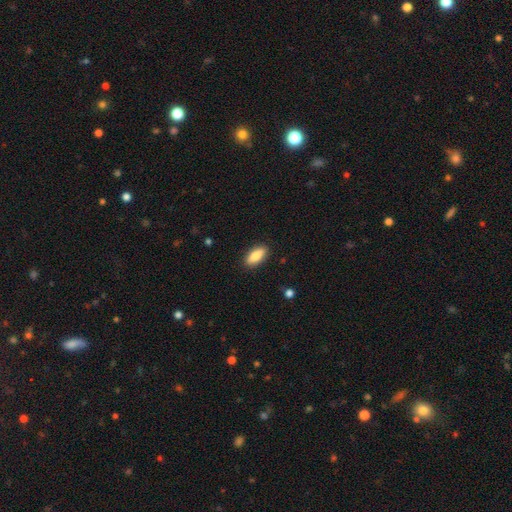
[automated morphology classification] Q: Smooth or featured?
A: smooth (82%); runner-up: featured or disk (11%)
Q: How rounded?
A: in between (82%); runner-up: cigar-shaped (15%)
Q: Merging?
A: none (88%); runner-up: minor disturbance (9%)